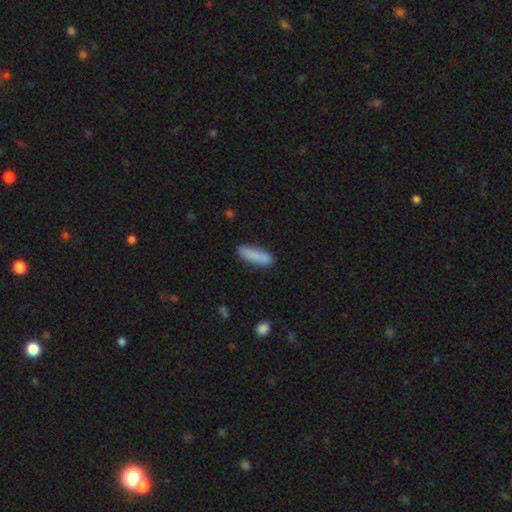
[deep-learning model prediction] Morphology: type=smooth (87%); roundness=cigar-shaped (63%); merging=none (86%).